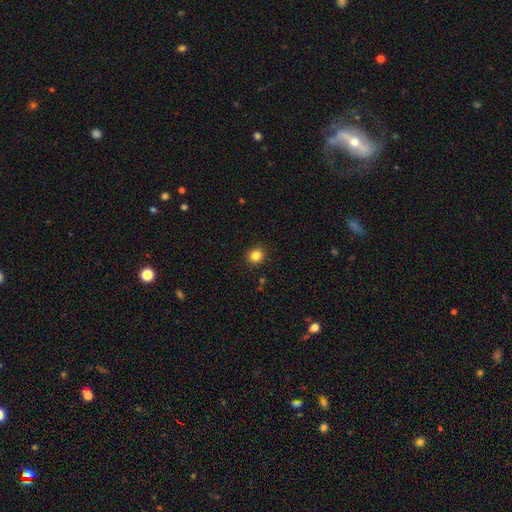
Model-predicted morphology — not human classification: Smooth or featured?
  - smooth: 84% *
  - star or artifact: 12%
  - featured or disk: 4%
How rounded?
  - round: 86% *
  - in between: 13%
  - cigar-shaped: 1%
Merging?
  - none: 91% *
  - minor disturbance: 6%
  - major disturbance: 2%
  - merger: 1%